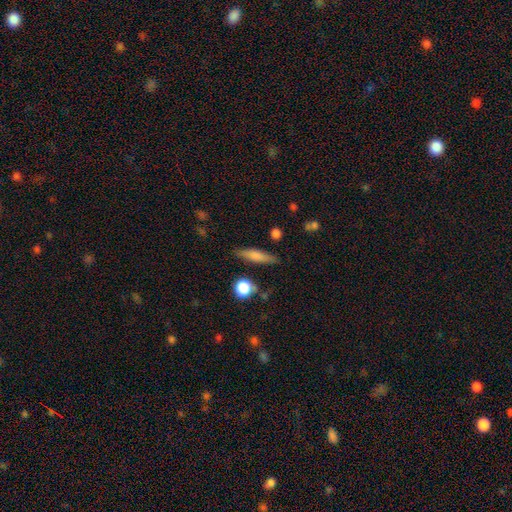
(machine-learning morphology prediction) type=smooth (69%); roundness=cigar-shaped (72%); merging=none (81%).